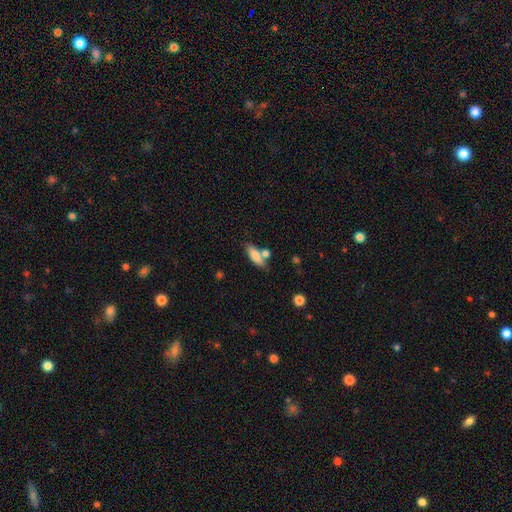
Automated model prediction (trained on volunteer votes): Morphology: type=smooth (78%); roundness=in between (58%); merging=none (60%).